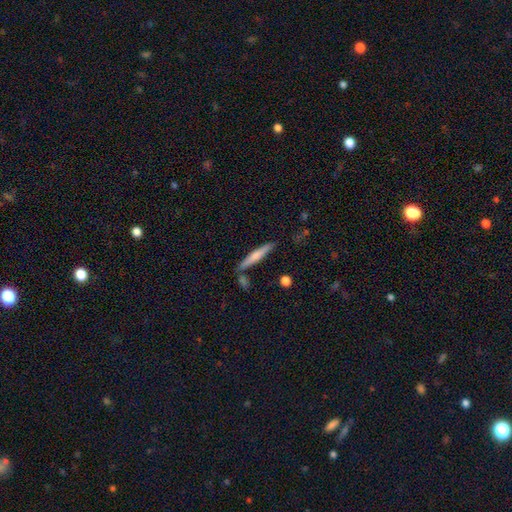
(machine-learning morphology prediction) A smooth galaxy with no disk features (60%) that is cigar-shaped (93%).

Vote fractions:
- Smooth or featured? smooth: 60% / featured or disk: 35% / star or artifact: 6%
- How rounded? cigar-shaped: 93% / in between: 6% / round: 1%
- Merging? none: 80% / minor disturbance: 11% / merger: 7% / major disturbance: 2%